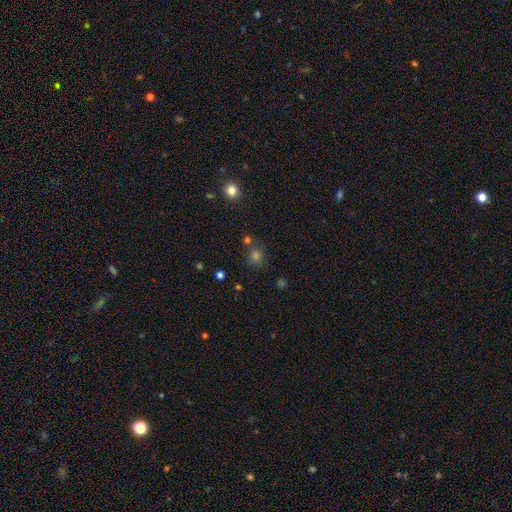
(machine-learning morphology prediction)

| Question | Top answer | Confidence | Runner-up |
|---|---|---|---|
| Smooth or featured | smooth | 64% | star or artifact (29%) |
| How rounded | round | 89% | in between (10%) |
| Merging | none | 77% | merger (11%) |